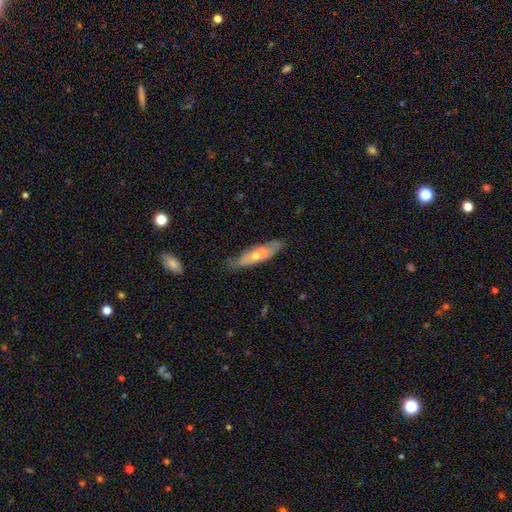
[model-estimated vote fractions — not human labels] Smooth or featured?
  - featured or disk: 49% *
  - smooth: 43%
  - star or artifact: 7%
Merging?
  - none: 67% *
  - minor disturbance: 17%
  - merger: 12%
  - major disturbance: 4%